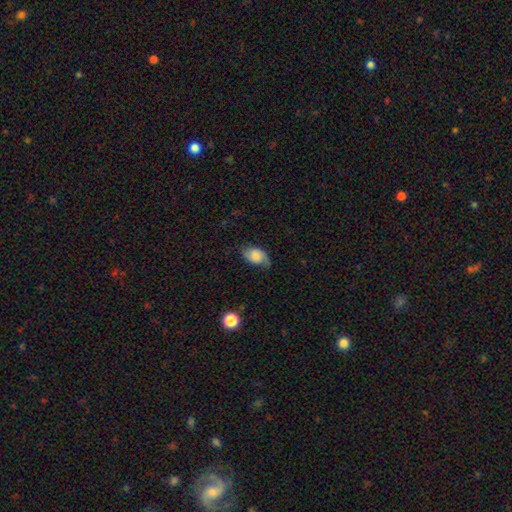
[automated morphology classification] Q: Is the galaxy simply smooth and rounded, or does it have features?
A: smooth — 64%.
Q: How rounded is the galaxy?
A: in between — 86%.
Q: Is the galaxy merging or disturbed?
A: none — 58%.